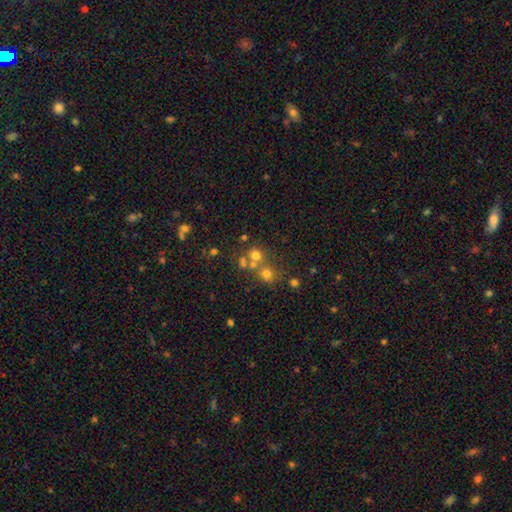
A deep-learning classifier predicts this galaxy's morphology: smooth_or_featured: smooth (p=0.64) [alt: star or artifact p=0.21]
how_rounded: round (p=0.84) [alt: in between p=0.15]
merging: none (p=0.51) [alt: merger p=0.37]